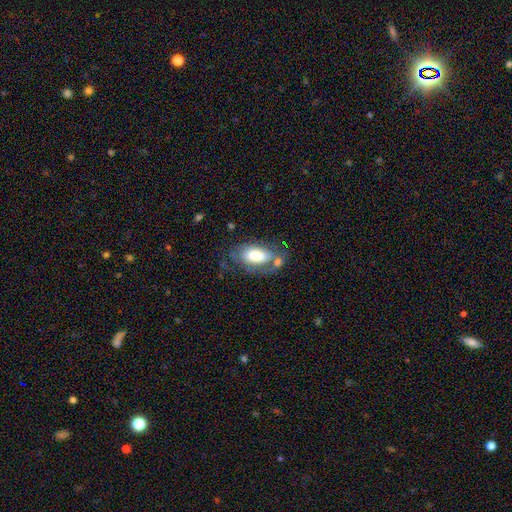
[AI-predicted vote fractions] A smooth galaxy with no disk features (65%) that is in between round and cigar-shaped (93%). Merging: none (47%).